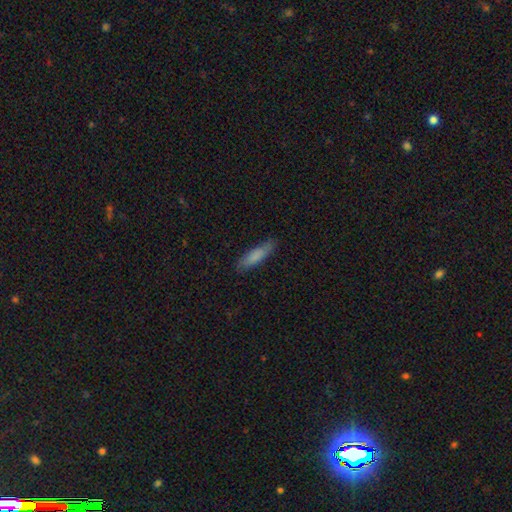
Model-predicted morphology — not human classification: A smooth galaxy with no disk features (81%) that is cigar-shaped (72%).

Vote fractions:
- Smooth or featured? smooth: 81% / featured or disk: 13% / star or artifact: 6%
- How rounded? cigar-shaped: 72% / in between: 26% / round: 1%
- Merging? none: 80% / minor disturbance: 15% / major disturbance: 3% / merger: 1%